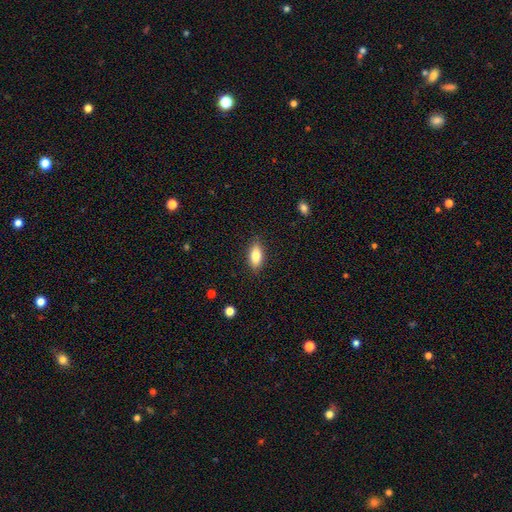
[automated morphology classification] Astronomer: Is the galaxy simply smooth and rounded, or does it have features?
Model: smooth — 80%.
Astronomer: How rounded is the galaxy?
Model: in between — 84%.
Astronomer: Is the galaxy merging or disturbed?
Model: none — 87%.